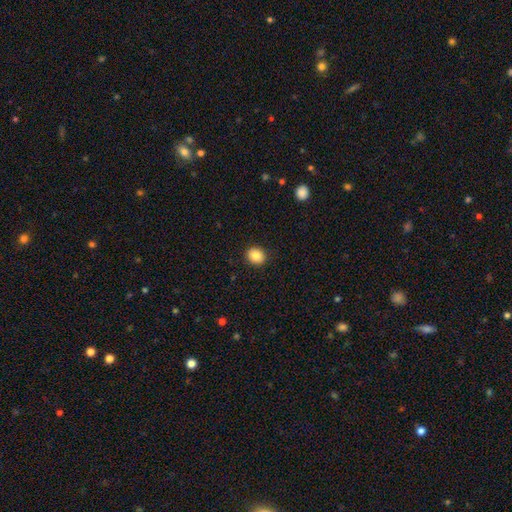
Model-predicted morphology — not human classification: Smooth or featured: smooth — 86% (star or artifact — 9%)
How rounded: round — 71% (in between — 28%)
Merging: none — 91% (minor disturbance — 6%)